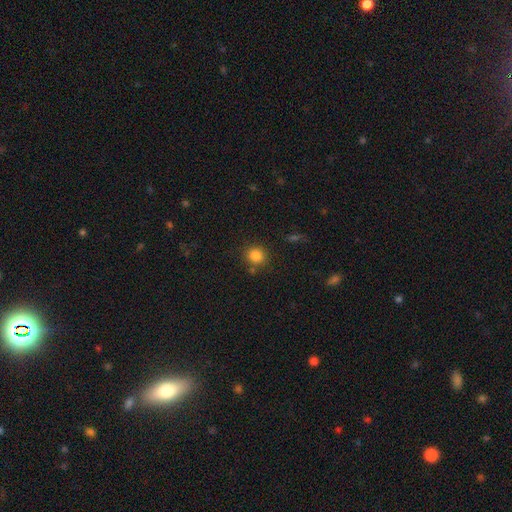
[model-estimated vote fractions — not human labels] Smooth or featured? Predicted: smooth (p=0.84). How rounded? Predicted: round (p=0.84). Merging? Predicted: none (p=0.81).